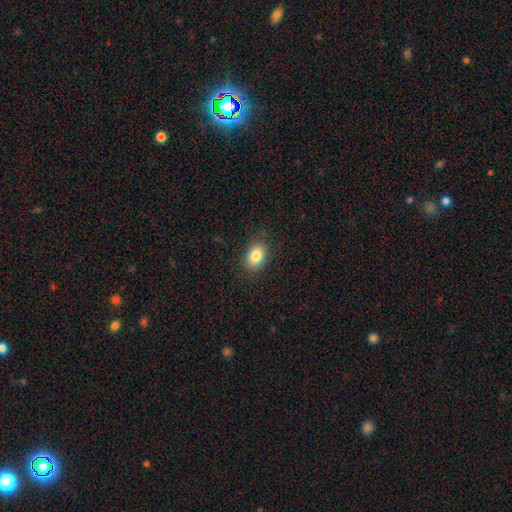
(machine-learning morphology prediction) This appears to be a smooth galaxy with no disk features (83%) that is in between round and cigar-shaped (82%). Merging: none (87%).